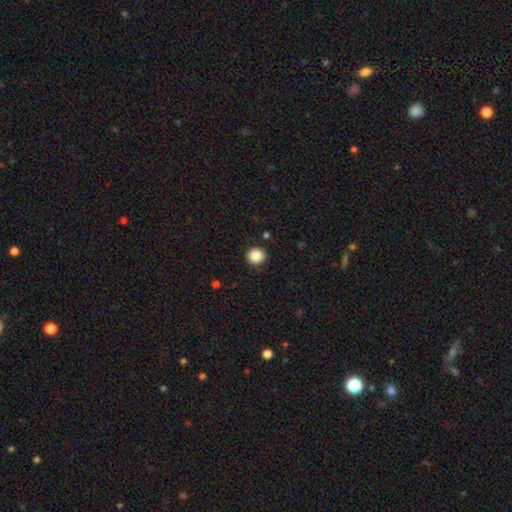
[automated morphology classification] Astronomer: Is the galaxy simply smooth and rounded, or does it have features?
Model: smooth — 87%.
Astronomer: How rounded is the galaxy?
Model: round — 91%.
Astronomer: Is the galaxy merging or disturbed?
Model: none — 91%.